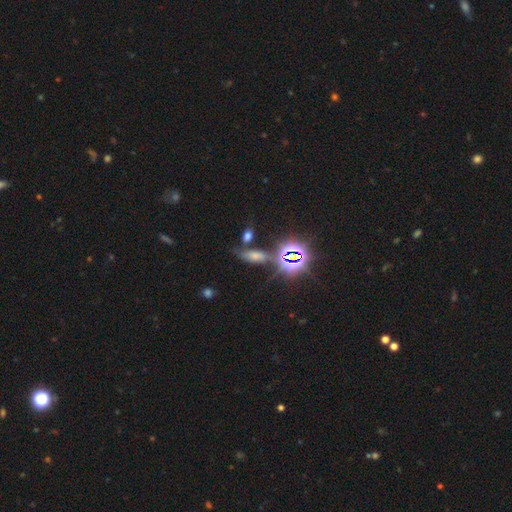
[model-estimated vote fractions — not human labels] A smooth galaxy with no disk features (48%). Merging: none (60%).